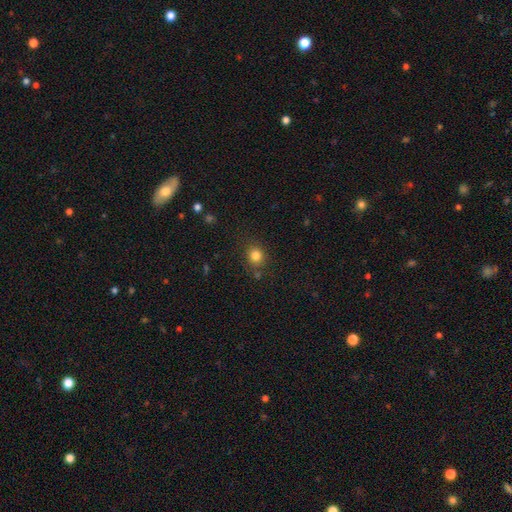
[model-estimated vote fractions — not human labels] The model was most divided on "how rounded": round: 83%, in between: 16%, cigar-shaped: 1%. More confident: smooth or featured — smooth (82%); merging — none (81%).